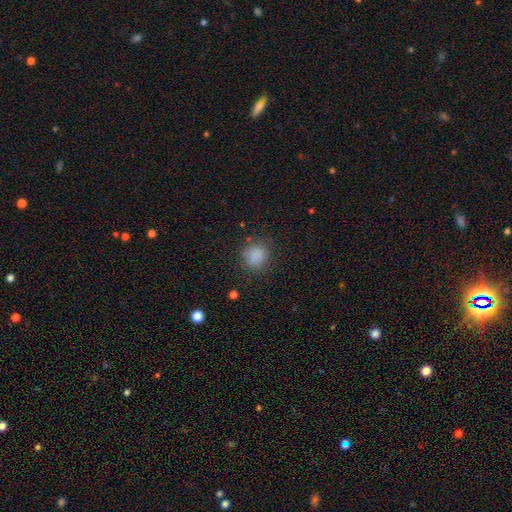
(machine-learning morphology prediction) This is clearly a smooth galaxy (81%). How rounded: likely round (76%). Merging: likely none (76%).